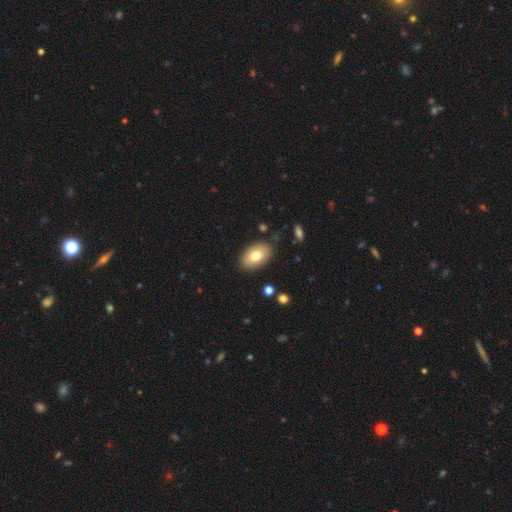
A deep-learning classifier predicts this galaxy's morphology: Smooth or featured: smooth — 77% (featured or disk — 16%)
How rounded: in between — 92% (round — 7%)
Merging: none — 86% (minor disturbance — 10%)